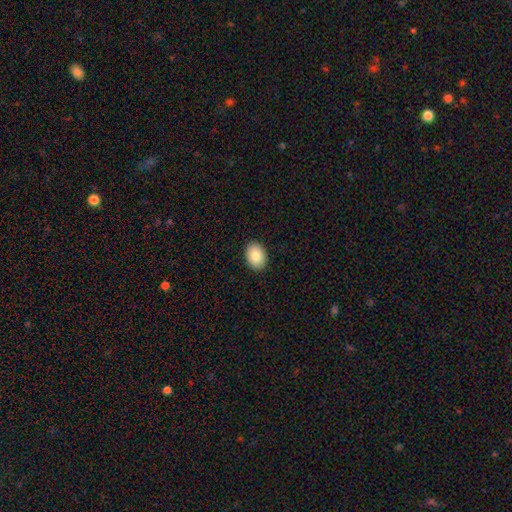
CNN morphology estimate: Q: Smooth or featured?
A: smooth (84%); runner-up: featured or disk (9%)
Q: How rounded?
A: in between (78%); runner-up: round (21%)
Q: Merging?
A: none (91%); runner-up: minor disturbance (7%)